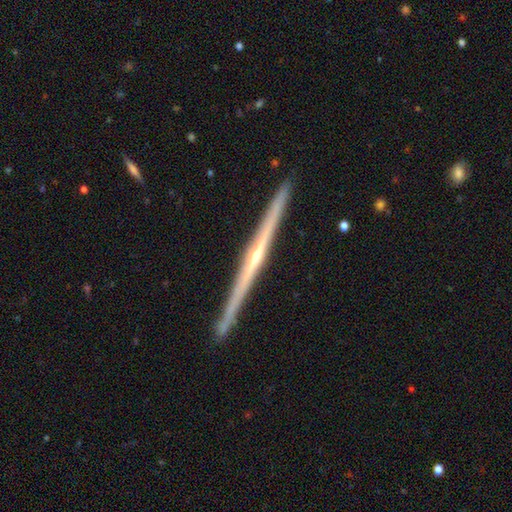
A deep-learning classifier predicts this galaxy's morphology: Overall: featured or disk (85%). Edge-on disk: yes (98%). Edge-on bulge: rounded (68%). Merging: none (91%).